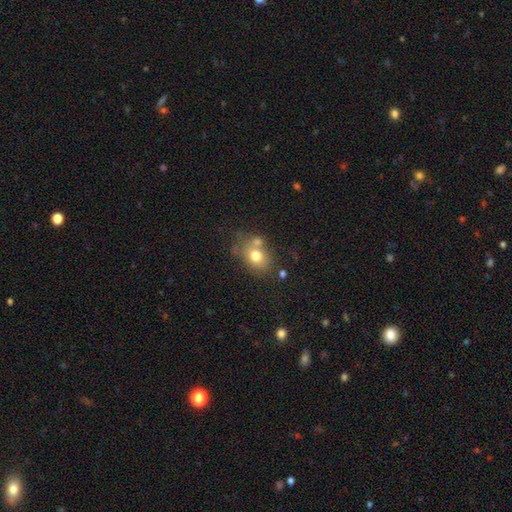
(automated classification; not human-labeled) Q: Smooth or featured?
A: smooth (73%); runner-up: featured or disk (16%)
Q: How rounded?
A: in between (50%); runner-up: round (49%)
Q: Merging?
A: none (54%); runner-up: merger (23%)